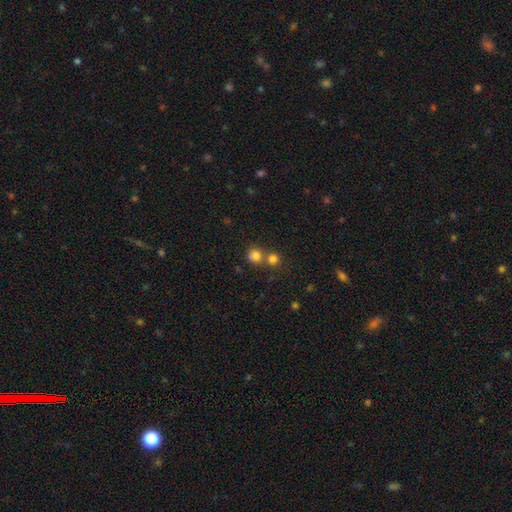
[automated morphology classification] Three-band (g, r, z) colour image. It shows a smooth galaxy with no disk features (81%) that is round (88%). Merging: none (57%).